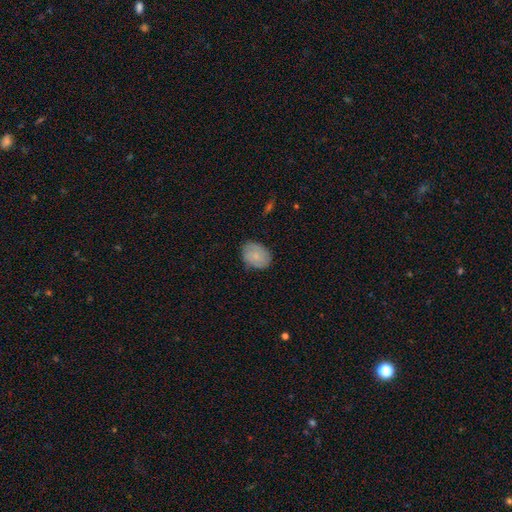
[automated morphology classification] smooth_or_featured: smooth (p=0.65) [alt: featured or disk p=0.27]
how_rounded: in between (p=0.64) [alt: round p=0.35]
merging: none (p=0.76) [alt: minor disturbance p=0.19]